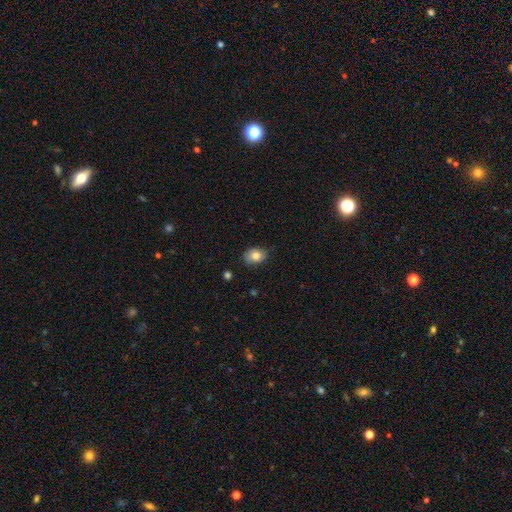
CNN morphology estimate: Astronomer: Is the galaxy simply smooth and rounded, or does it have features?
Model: smooth — 81%.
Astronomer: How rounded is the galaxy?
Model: in between — 72%.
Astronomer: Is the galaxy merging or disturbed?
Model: none — 77%.